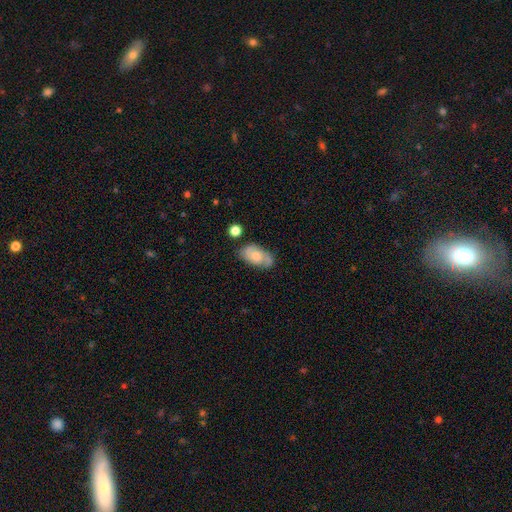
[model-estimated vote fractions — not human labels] Smooth or featured?
  - featured or disk: 63% *
  - smooth: 30%
  - star or artifact: 7%
Edge-on disk?
  - no: 95% *
  - yes: 5%
Bar?
  - no: 68% *
  - weak: 28%
  - strong: 4%
Spiral arms?
  - yes: 89% *
  - no: 11%
Spiral winding?
  - medium: 44% *
  - tight: 37%
  - loose: 19%
Spiral arm count?
  - 2: 71% *
  - can't tell: 14%
  - 1: 7%
  - 3: 4%
  - 4: 1%
  - more than 4: 1%
Bulge size?
  - moderate: 46% *
  - small: 39%
  - none: 7%
  - large: 6%
  - dominant: 1%
Merging?
  - none: 66% *
  - minor disturbance: 22%
  - major disturbance: 7%
  - merger: 4%